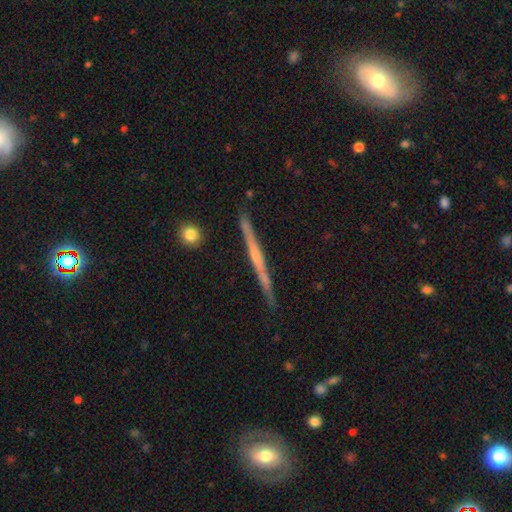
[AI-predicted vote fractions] Overall: featured or disk (68%). Edge-on disk: yes (98%). Edge-on bulge: none (60%; rounded 31%). Merging: none (87%).